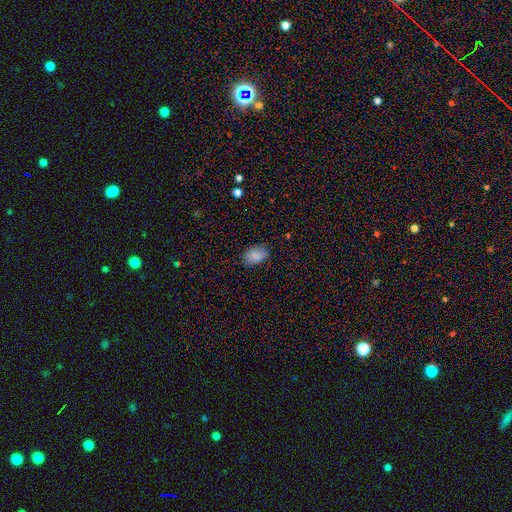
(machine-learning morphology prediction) A smooth galaxy with no disk features (86%) that is in between round and cigar-shaped (83%).

Vote fractions:
- Smooth or featured? smooth: 86% / star or artifact: 8% / featured or disk: 6%
- How rounded? in between: 83% / round: 16% / cigar-shaped: 1%
- Merging? none: 79% / minor disturbance: 16% / major disturbance: 4% / merger: 1%